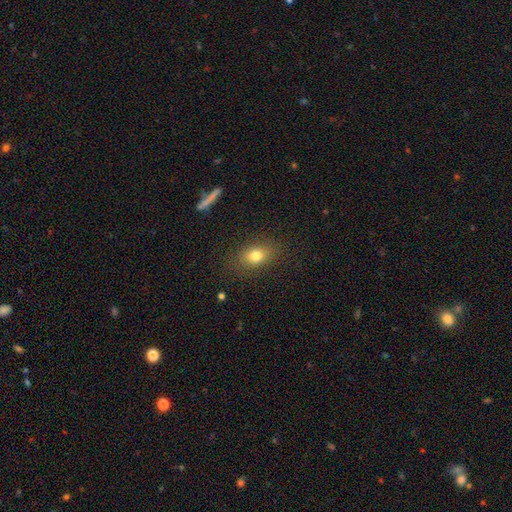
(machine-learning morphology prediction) Smooth or featured?
  - smooth: 77% *
  - star or artifact: 12%
  - featured or disk: 11%
How rounded?
  - in between: 72% *
  - round: 26%
  - cigar-shaped: 2%
Merging?
  - none: 82% *
  - minor disturbance: 12%
  - major disturbance: 5%
  - merger: 1%